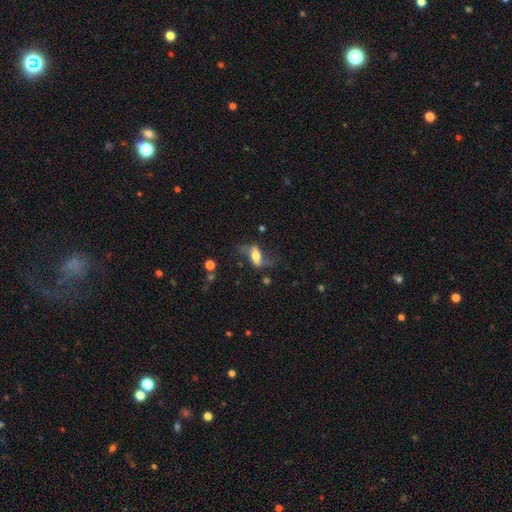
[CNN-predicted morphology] type=featured or disk (53%); edge-on=no (67%); merging=none (51%).